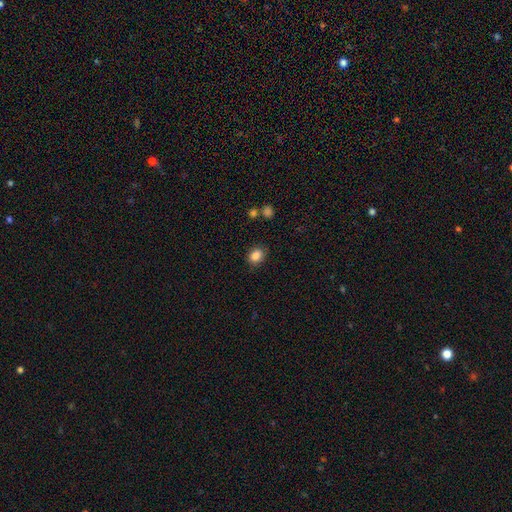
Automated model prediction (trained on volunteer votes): Smooth or featured: smooth — 85% (star or artifact — 10%)
How rounded: in between — 57% (round — 42%)
Merging: none — 84% (minor disturbance — 12%)